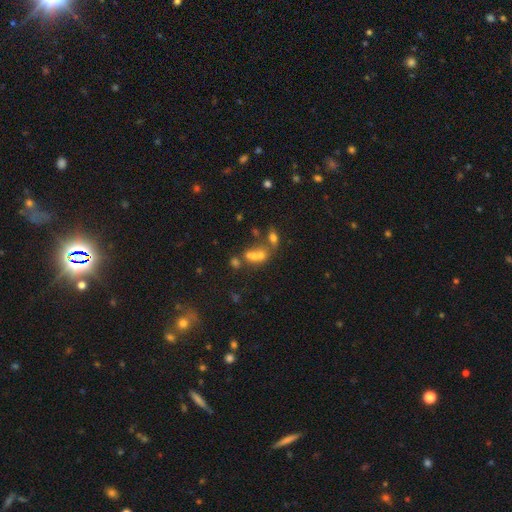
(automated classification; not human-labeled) This appears to be a smooth galaxy with no disk features (55%) that is in between round and cigar-shaped (60%). Merging: merger (59%).